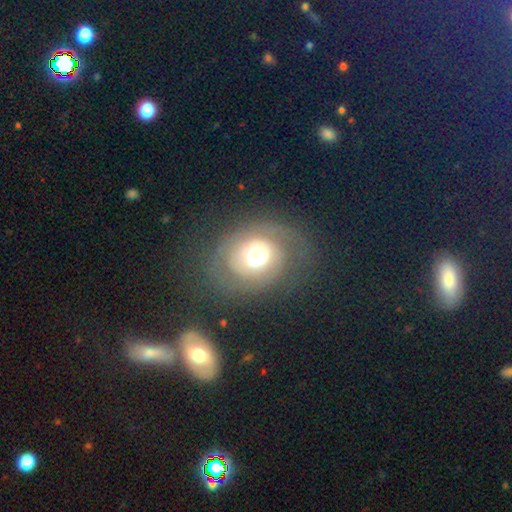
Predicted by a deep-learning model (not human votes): Q: Smooth or featured?
A: featured or disk (53%); runner-up: smooth (36%)
Q: Edge-on disk?
A: no (95%); runner-up: yes (5%)
Q: Bar?
A: no (81%); runner-up: weak (14%)
Q: Spiral arms?
A: yes (54%); runner-up: no (46%)
Q: Bulge size?
A: moderate (49%); runner-up: large (37%)
Q: Merging?
A: none (67%); runner-up: minor disturbance (16%)